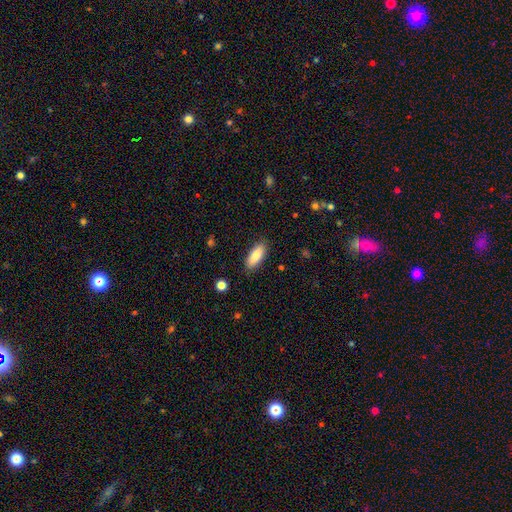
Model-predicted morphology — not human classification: smooth_or_featured: smooth (p=0.86) [alt: featured or disk p=0.08]
how_rounded: in between (p=0.75) [alt: cigar-shaped p=0.23]
merging: none (p=0.87) [alt: minor disturbance p=0.10]